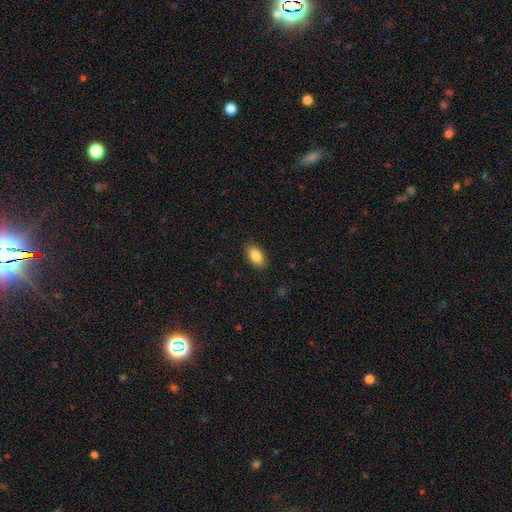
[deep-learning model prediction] Smooth or featured: smooth — 86% (featured or disk — 7%)
How rounded: in between — 92% (round — 5%)
Merging: none — 87% (minor disturbance — 9%)